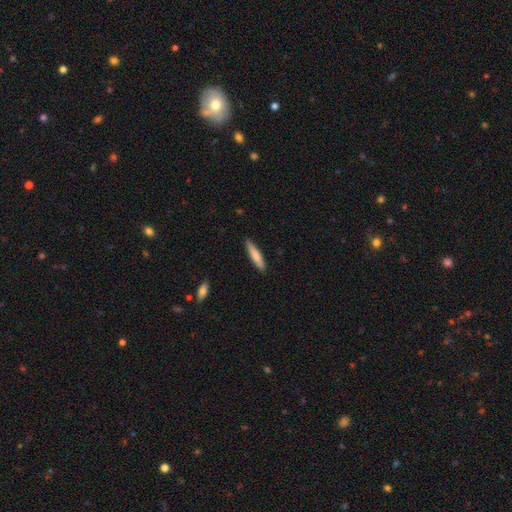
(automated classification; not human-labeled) smooth 77%, featured or disk 18%, star or artifact 5%. Down the decision tree: how rounded — cigar-shaped (88%); merging — none (90%).